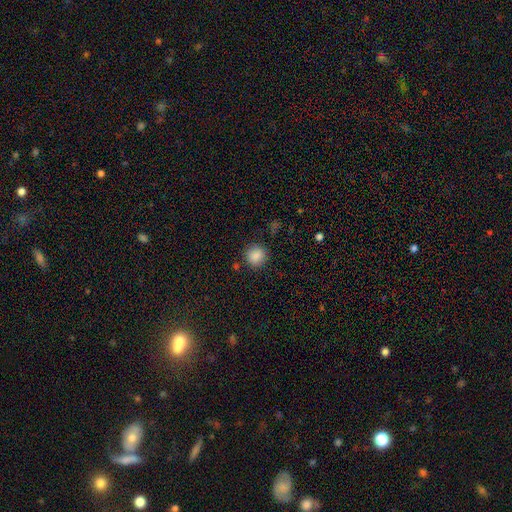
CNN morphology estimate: A smooth galaxy with no disk features (87%) that is round (90%).

Vote fractions:
- Smooth or featured? smooth: 87% / star or artifact: 10% / featured or disk: 4%
- How rounded? round: 90% / in between: 9% / cigar-shaped: 1%
- Merging? none: 87% / minor disturbance: 8% / major disturbance: 3% / merger: 2%